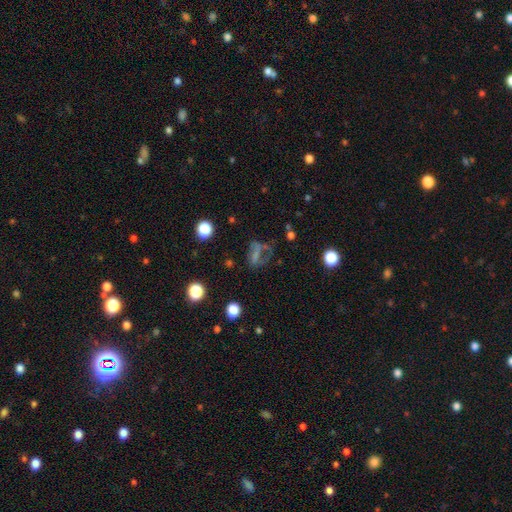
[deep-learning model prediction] Overall: featured or disk (35%, tied with smooth). Merging: none (38%; major disturbance 37%).